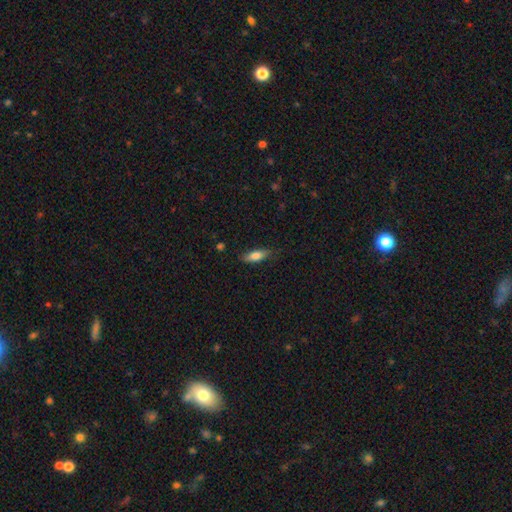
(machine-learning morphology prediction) type=smooth (77%); roundness=in between (62%); merging=none (79%).